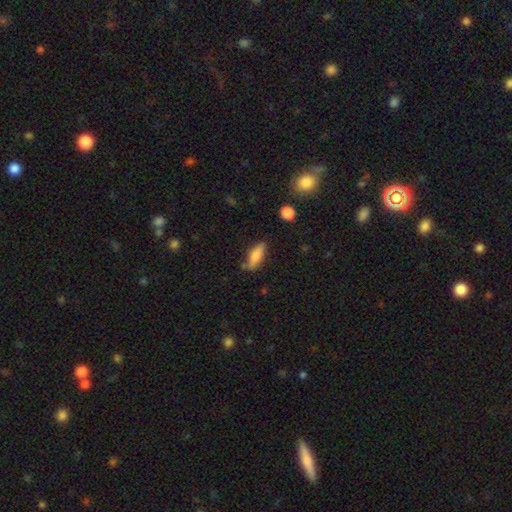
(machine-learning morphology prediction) Q: Smooth or featured?
A: smooth (69%); runner-up: featured or disk (24%)
Q: How rounded?
A: in between (53%); runner-up: cigar-shaped (44%)
Q: Merging?
A: none (72%); runner-up: minor disturbance (21%)